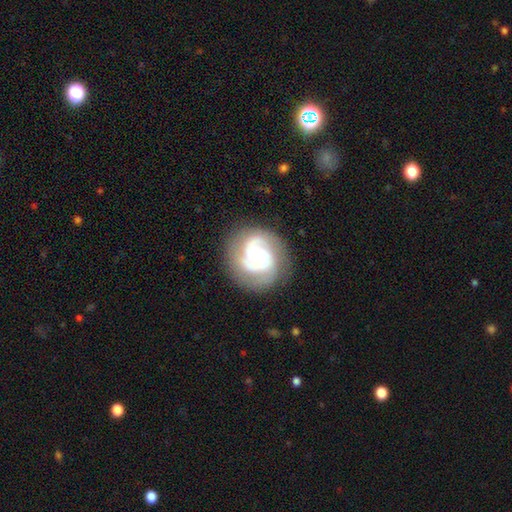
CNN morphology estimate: The model was most divided on "spiral arm count": 3: 42%, 2: 35%, can't tell: 12%, 4: 4%, 1: 4%, more than 4: 3%. Remaining: edge-on disk — no (98%); spiral arms — yes (96%); smooth or featured — featured or disk (84%); merging — none (79%); bar — no (68%); bulge size — small (57%); spiral winding — tight (49%).